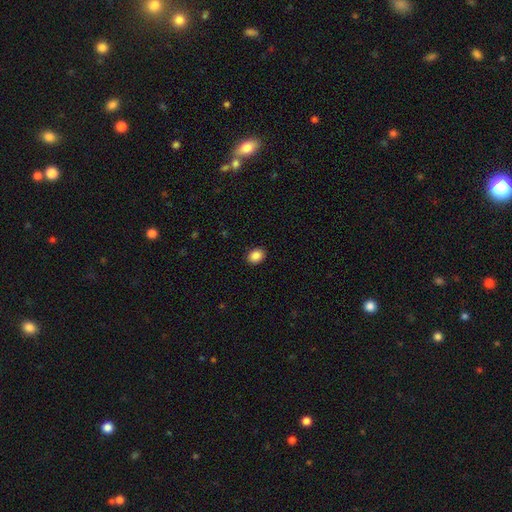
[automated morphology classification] Smooth or featured? smooth (88%)
How rounded? in between (57%)
Merging? none (91%)